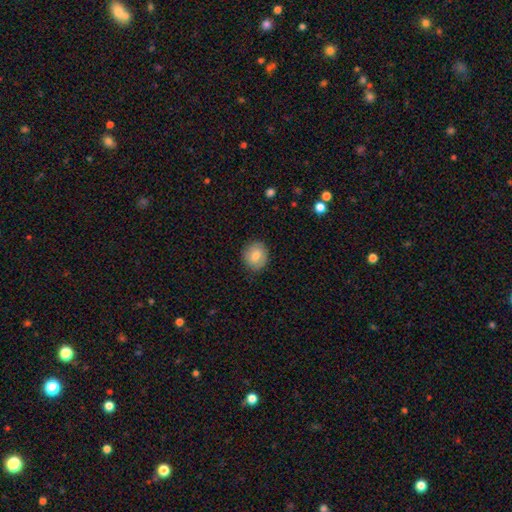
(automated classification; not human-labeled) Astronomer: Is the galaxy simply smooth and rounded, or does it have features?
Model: smooth — 76%.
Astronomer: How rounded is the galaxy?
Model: round — 79%.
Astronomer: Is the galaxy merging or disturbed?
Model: none — 86%.